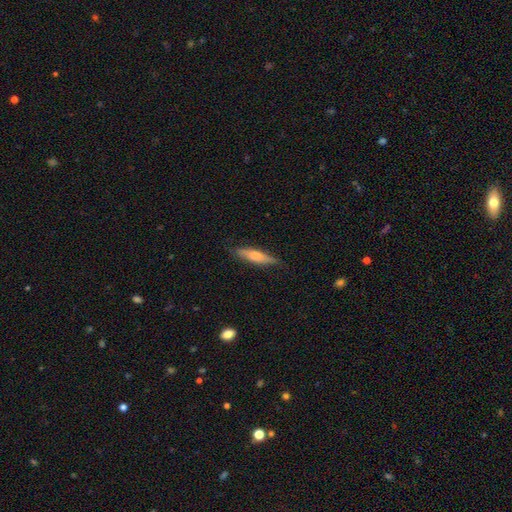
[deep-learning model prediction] The model was most divided on "smooth or featured": smooth: 67%, featured or disk: 27%, star or artifact: 6%. More confident: merging — none (81%); how rounded — cigar-shaped (74%).